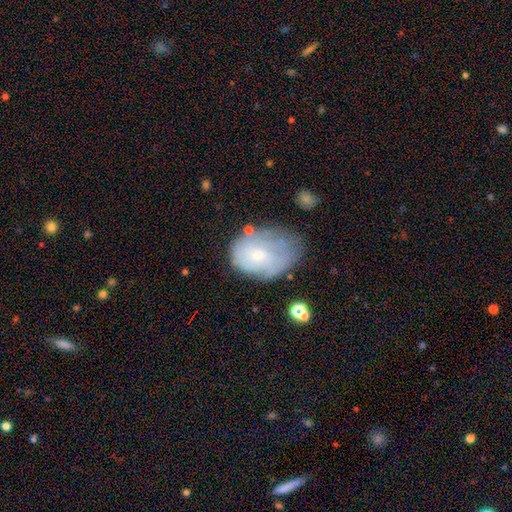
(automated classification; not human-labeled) Smooth or featured? smooth (47%)
Merging? none (46%)